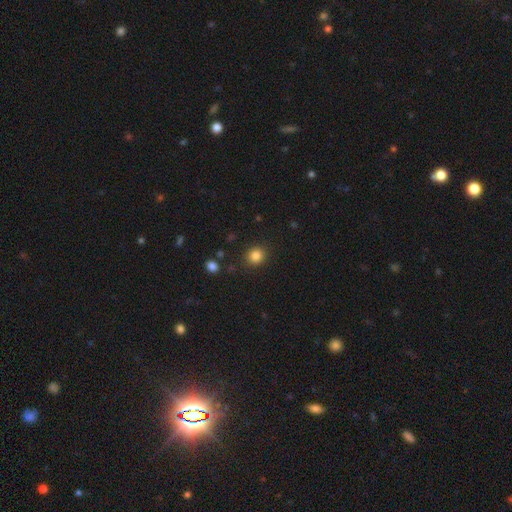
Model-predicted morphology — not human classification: Smooth or featured? Predicted: smooth (p=0.84). How rounded? Predicted: round (p=0.80). Merging? Predicted: none (p=0.88).